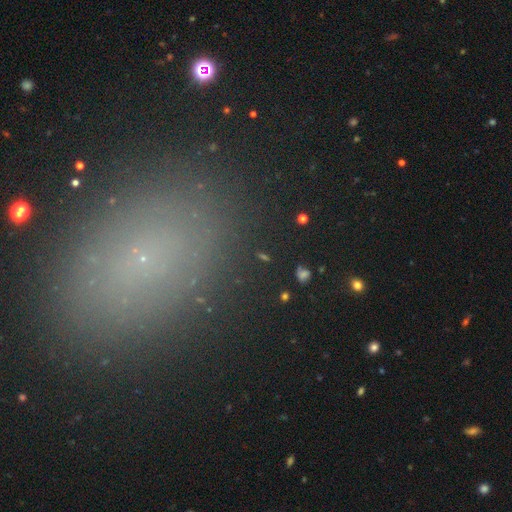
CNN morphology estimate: The model was most divided on "smooth or featured": smooth: 48%, star or artifact: 33%, featured or disk: 19%. More confident: merging — none (87%).